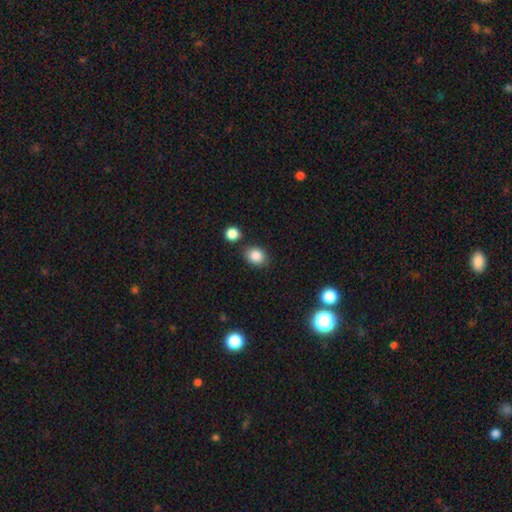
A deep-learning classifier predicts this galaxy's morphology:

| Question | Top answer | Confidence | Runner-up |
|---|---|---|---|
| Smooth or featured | smooth | 86% | star or artifact (10%) |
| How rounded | round | 53% | in between (46%) |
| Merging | none | 77% | minor disturbance (13%) |